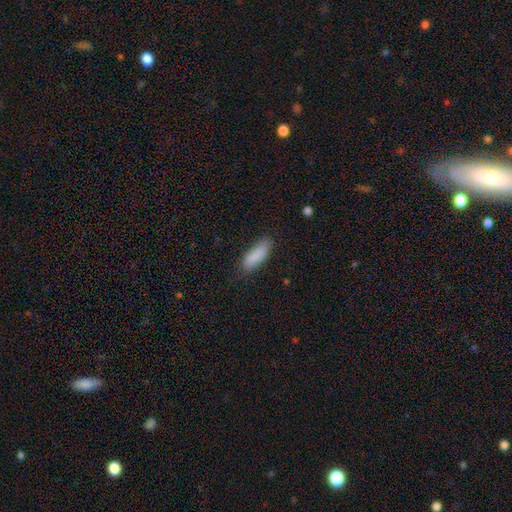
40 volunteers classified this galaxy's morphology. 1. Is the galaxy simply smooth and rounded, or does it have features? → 92% smooth, 5% featured or disk, 2% star or artifact.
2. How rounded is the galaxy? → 54% in between, 43% cigar-shaped, 3% round.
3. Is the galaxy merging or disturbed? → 69% none, 18% minor disturbance, 10% major disturbance, 3% merger.